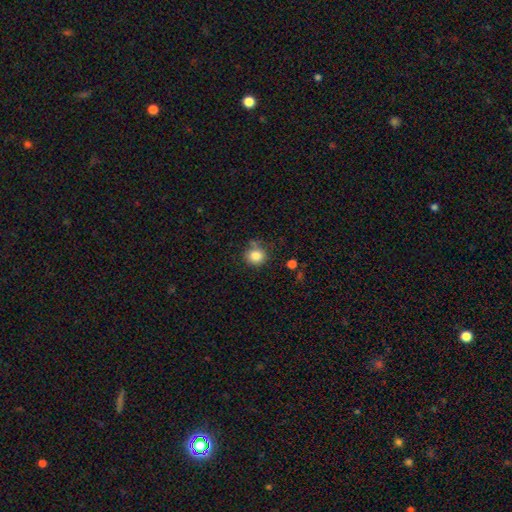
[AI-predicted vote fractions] Smooth or featured?
  - smooth: 84% *
  - star or artifact: 10%
  - featured or disk: 6%
How rounded?
  - round: 85% *
  - in between: 14%
  - cigar-shaped: 1%
Merging?
  - none: 74% *
  - minor disturbance: 16%
  - merger: 6%
  - major disturbance: 4%